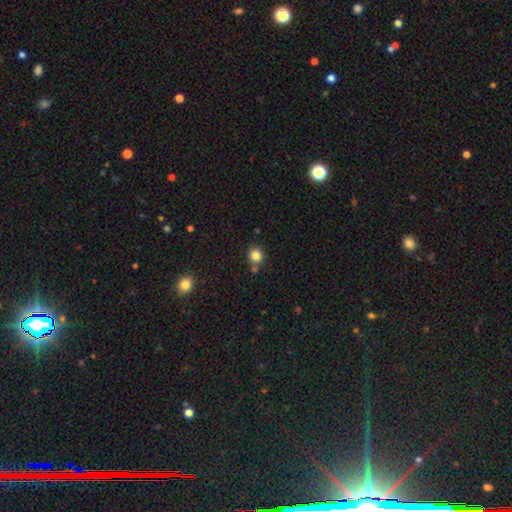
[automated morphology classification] Smooth or featured?
  - smooth: 83% *
  - star or artifact: 12%
  - featured or disk: 6%
How rounded?
  - round: 86% *
  - in between: 13%
  - cigar-shaped: 1%
Merging?
  - none: 77% *
  - merger: 11%
  - minor disturbance: 10%
  - major disturbance: 3%